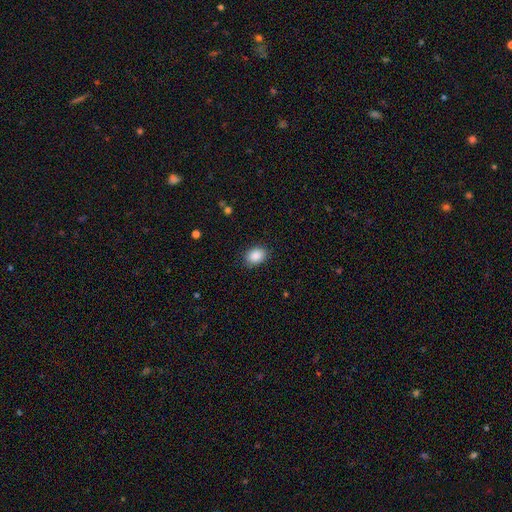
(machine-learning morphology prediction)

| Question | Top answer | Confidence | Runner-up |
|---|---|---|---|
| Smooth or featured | smooth | 89% | star or artifact (8%) |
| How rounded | in between | 73% | round (26%) |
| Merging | none | 86% | minor disturbance (10%) |